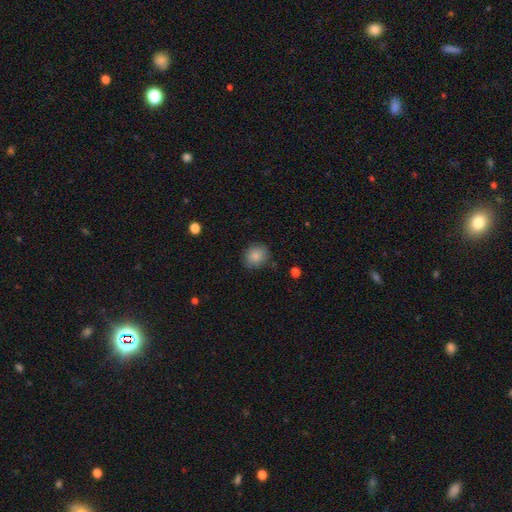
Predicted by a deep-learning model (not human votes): Smooth or featured? Predicted: smooth (p=0.86). How rounded? Predicted: round (p=0.71). Merging? Predicted: none (p=0.83).